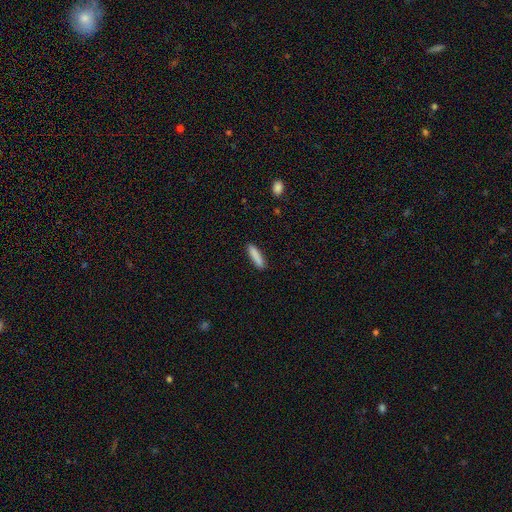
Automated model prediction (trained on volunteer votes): smooth-or-featured: smooth: 87% | featured or disk: 7% | star or artifact: 6%
  how-rounded: cigar-shaped: 80% | in between: 19% | round: 1%
  merging: none: 89% | minor disturbance: 8% | major disturbance: 2% | merger: 1%